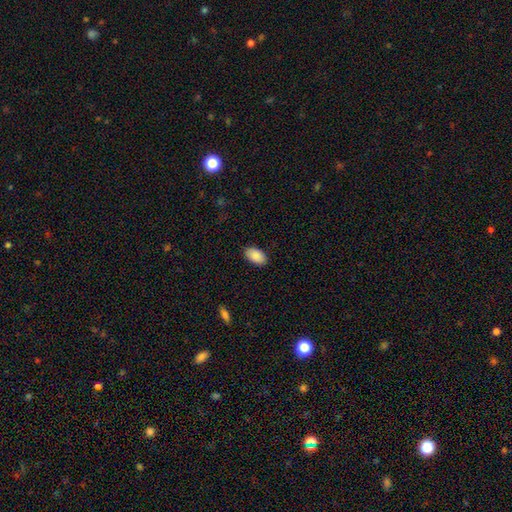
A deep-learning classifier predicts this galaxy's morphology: Smooth or featured? Predicted: smooth (p=0.89). How rounded? Predicted: in between (p=0.94). Merging? Predicted: none (p=0.88).